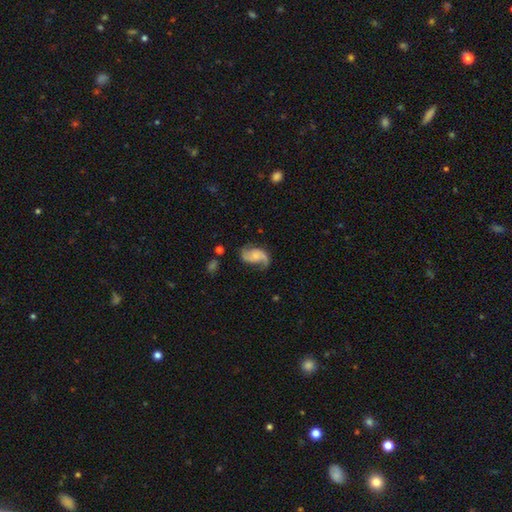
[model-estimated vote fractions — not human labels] A featured or disk galaxy (79%) with no bar (64%), 2 (85%) loose (53%) spiral arms (95%) and a small central bulge (44%). Merging: none (63%).